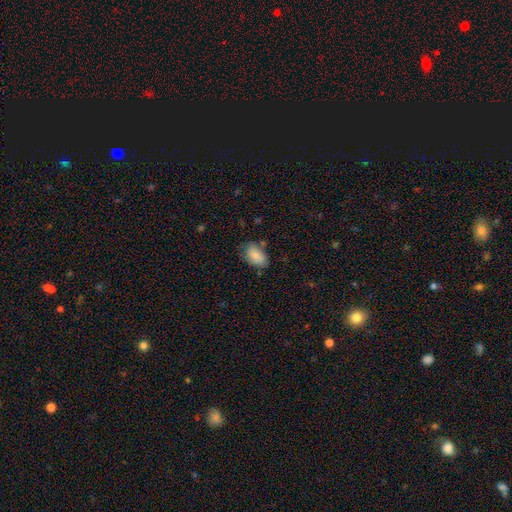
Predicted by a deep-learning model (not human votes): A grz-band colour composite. It shows a smooth galaxy with no disk features (81%) that is in between round and cigar-shaped (89%). Merging: none (63%).